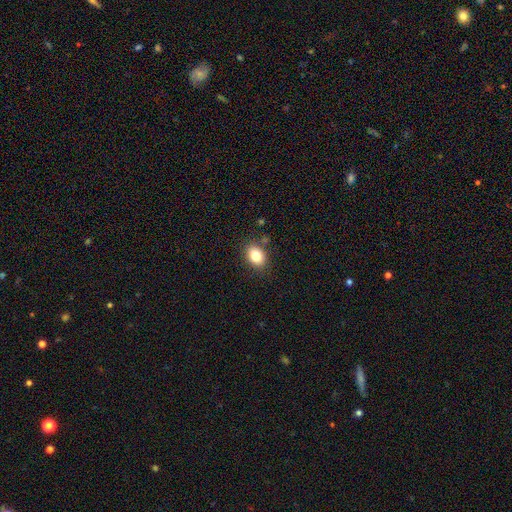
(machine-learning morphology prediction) smooth-or-featured: smooth: 83% | star or artifact: 9% | featured or disk: 8%
  how-rounded: in between: 75% | round: 24% | cigar-shaped: 1%
  merging: none: 82% | minor disturbance: 11% | merger: 3% | major disturbance: 3%